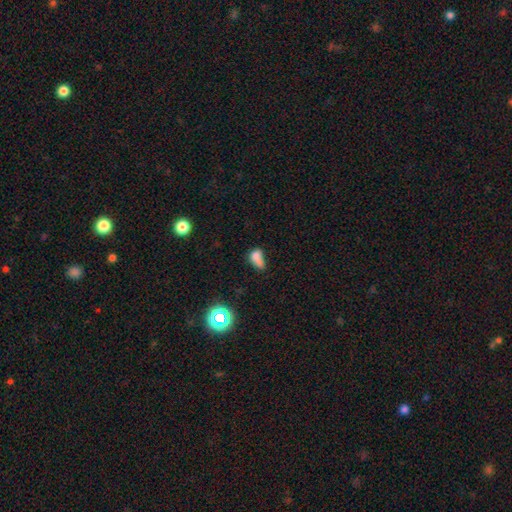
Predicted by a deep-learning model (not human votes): Smooth or featured: smooth — 70% (featured or disk — 16%)
How rounded: in between — 73% (round — 21%)
Merging: merger — 29% (none — 26%)